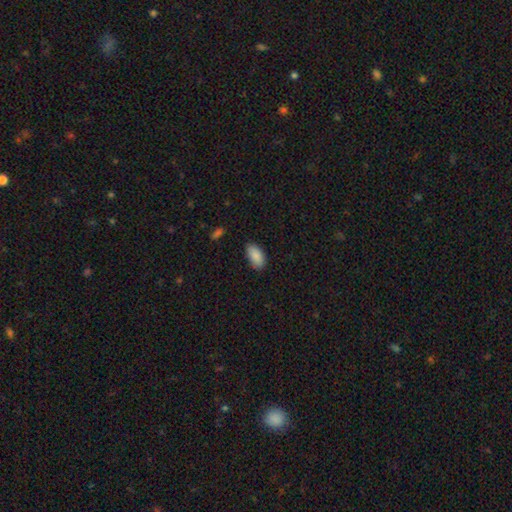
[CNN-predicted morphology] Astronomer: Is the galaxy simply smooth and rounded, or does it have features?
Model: smooth — 88%.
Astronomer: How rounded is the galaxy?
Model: in between — 94%.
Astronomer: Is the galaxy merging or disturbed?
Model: none — 81%.